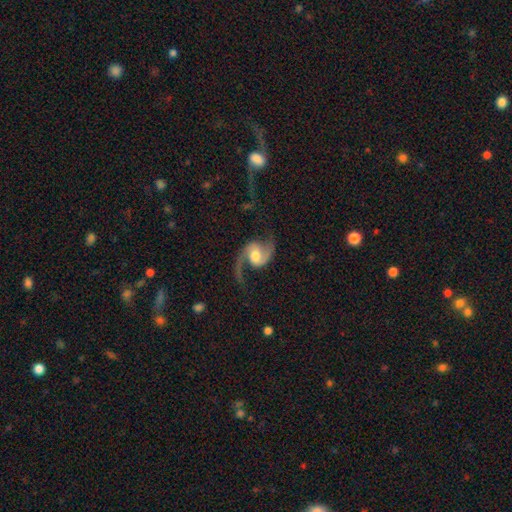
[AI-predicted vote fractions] Smooth or featured? featured or disk (90%)
Edge-on disk? no (98%)
Bar? no (55%)
Spiral arms? yes (98%)
Spiral winding? loose (61%)
Spiral arm count? 2 (93%)
Bulge size? moderate (63%)
Merging? none (70%)